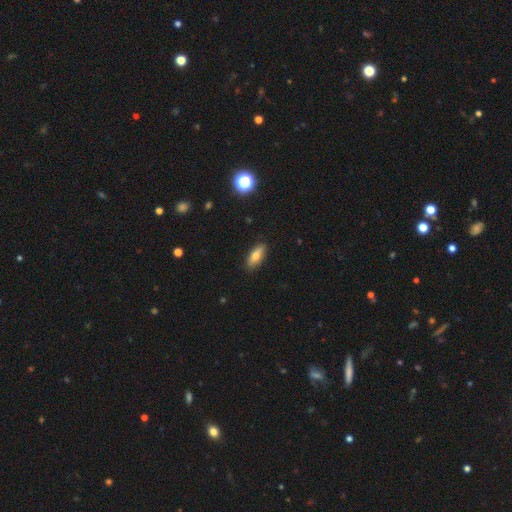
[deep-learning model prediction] Q: Smooth or featured?
A: smooth (73%); runner-up: featured or disk (18%)
Q: How rounded?
A: in between (72%); runner-up: cigar-shaped (24%)
Q: Merging?
A: none (88%); runner-up: minor disturbance (9%)